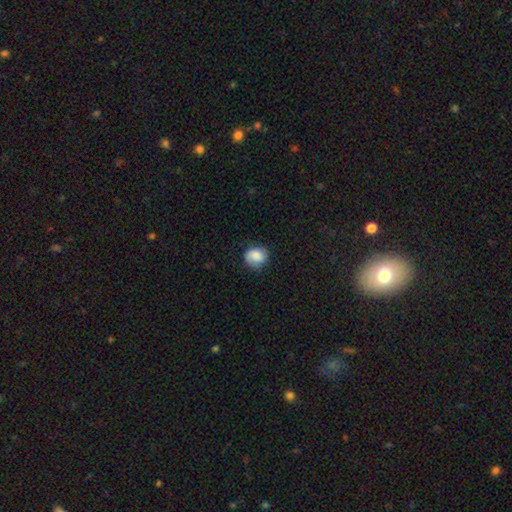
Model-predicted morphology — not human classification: A smooth galaxy with no disk features (80%) that is round (73%). Merging: none (77%).